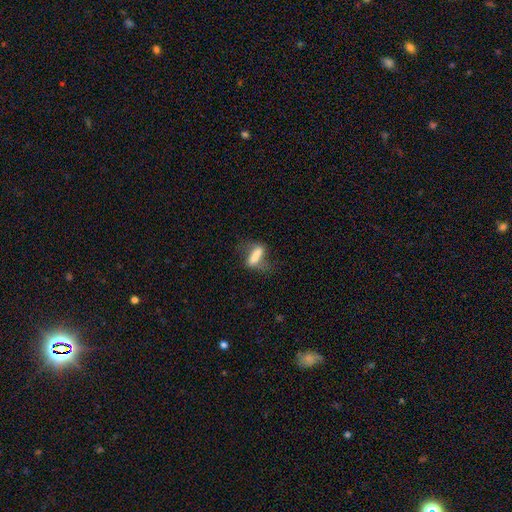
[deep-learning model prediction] Morphology: type=smooth (67%); roundness=cigar-shaped (57%); merging=none (52%).